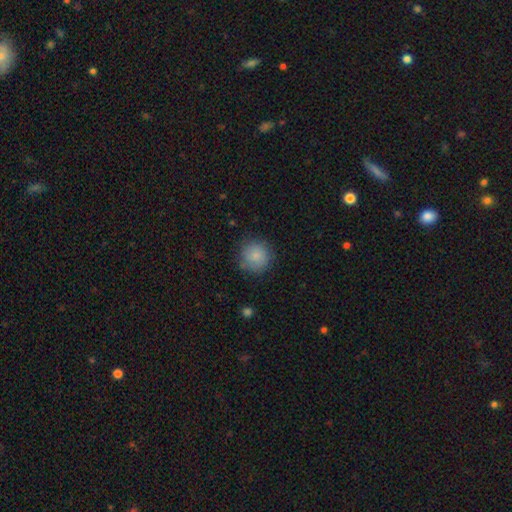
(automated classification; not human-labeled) This is clearly a smooth galaxy (84%). How rounded: clearly round (93%). Merging: clearly none (81%).